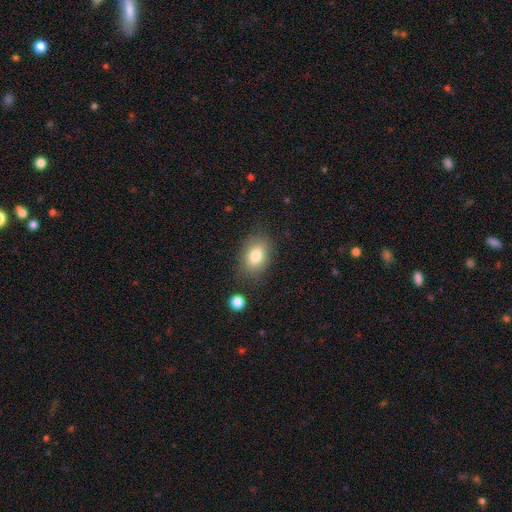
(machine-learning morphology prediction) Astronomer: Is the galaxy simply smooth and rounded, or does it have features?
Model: smooth — 80%.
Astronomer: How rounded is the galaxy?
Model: in between — 78%.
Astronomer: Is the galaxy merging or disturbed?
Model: none — 79%.